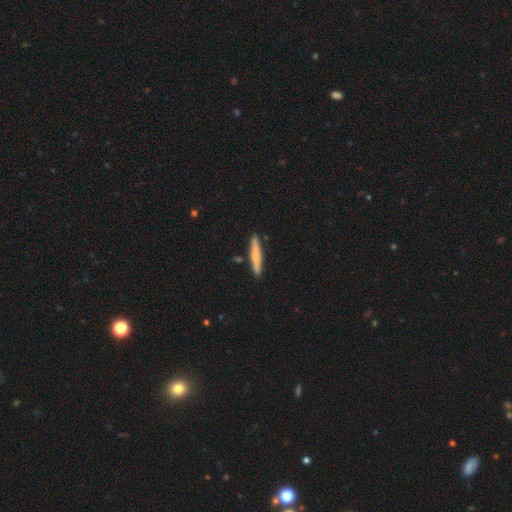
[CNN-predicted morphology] smooth-or-featured: smooth: 61% | featured or disk: 33% | star or artifact: 6%
  how-rounded: cigar-shaped: 94% | in between: 5% | round: 1%
  merging: none: 88% | minor disturbance: 8% | merger: 3% | major disturbance: 2%